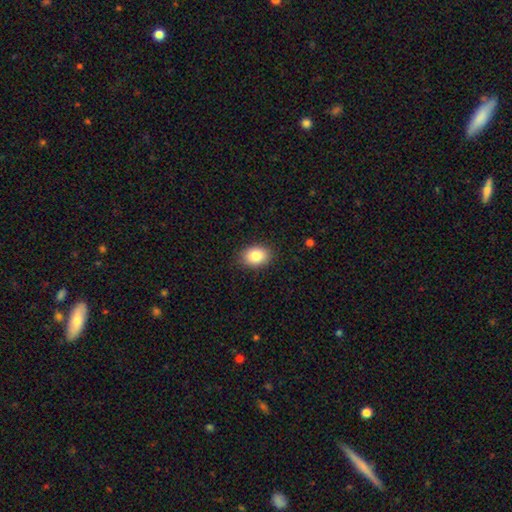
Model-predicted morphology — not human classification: smooth 85%, star or artifact 8%, featured or disk 7%. Down the decision tree: how rounded — in between (73%); merging — none (88%).